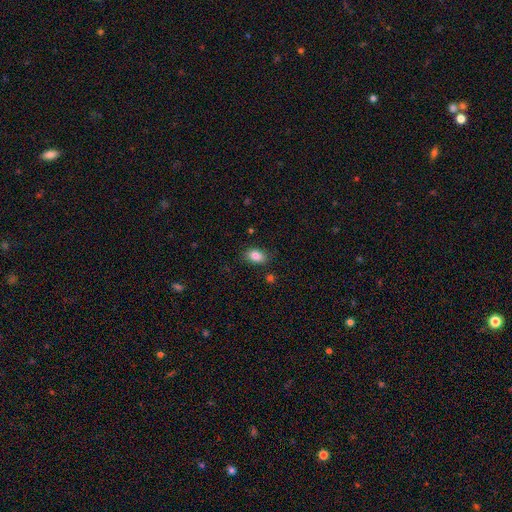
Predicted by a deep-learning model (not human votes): The model was most divided on "how rounded": in between: 85%, round: 13%, cigar-shaped: 1%. More confident: smooth or featured — smooth (84%); merging — none (84%).